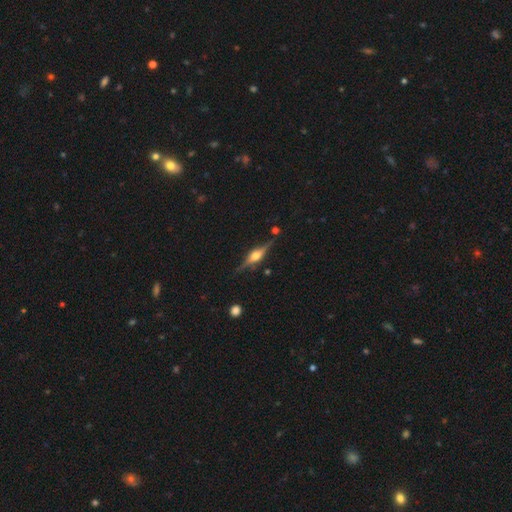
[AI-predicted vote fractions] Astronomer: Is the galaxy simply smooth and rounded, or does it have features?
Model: featured or disk — 83%.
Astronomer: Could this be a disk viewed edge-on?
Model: yes — 98%.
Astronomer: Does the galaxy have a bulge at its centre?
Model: rounded — 92%.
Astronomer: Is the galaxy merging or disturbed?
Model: none — 85%.